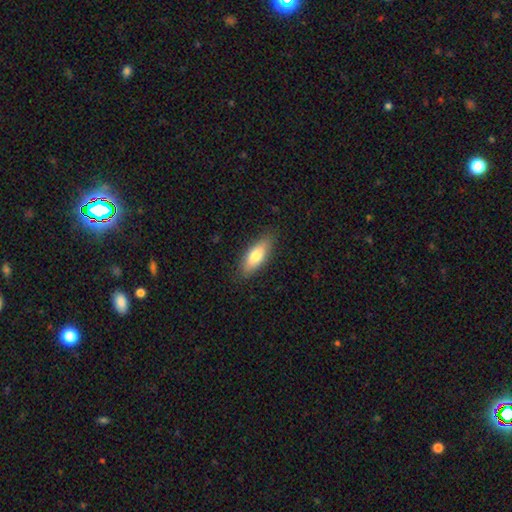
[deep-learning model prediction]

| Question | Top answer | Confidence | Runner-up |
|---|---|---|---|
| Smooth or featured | smooth | 77% | featured or disk (17%) |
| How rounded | in between | 69% | cigar-shaped (29%) |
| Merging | none | 85% | minor disturbance (12%) |